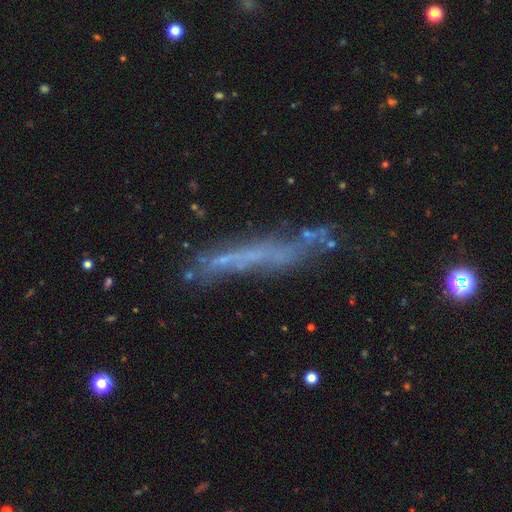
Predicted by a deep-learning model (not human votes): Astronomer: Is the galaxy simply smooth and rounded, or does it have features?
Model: featured or disk — 49% (runner-up: smooth, 36%).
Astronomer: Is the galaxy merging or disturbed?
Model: none — 61%.